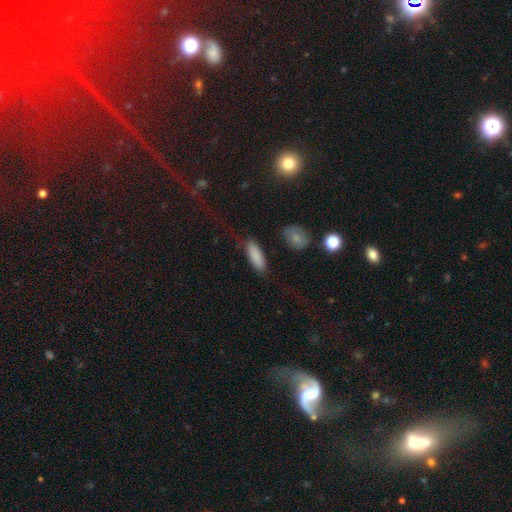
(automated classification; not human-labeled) Smooth or featured?
  - smooth: 87% *
  - star or artifact: 7%
  - featured or disk: 6%
How rounded?
  - in between: 60% *
  - cigar-shaped: 37%
  - round: 2%
Merging?
  - none: 82% *
  - minor disturbance: 12%
  - major disturbance: 4%
  - merger: 3%